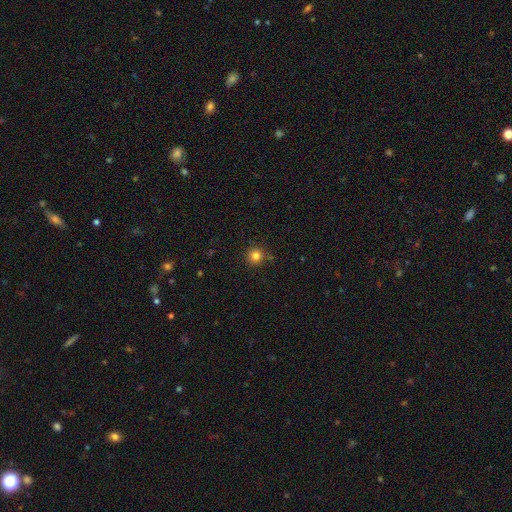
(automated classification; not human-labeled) smooth 81%, star or artifact 14%, featured or disk 5%. Down the decision tree: how rounded — round (95%); merging — none (88%).